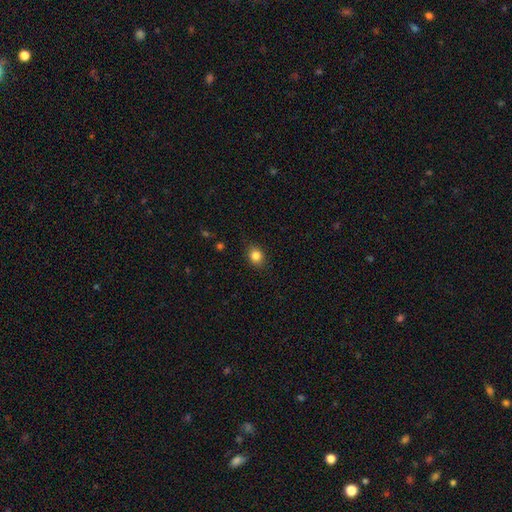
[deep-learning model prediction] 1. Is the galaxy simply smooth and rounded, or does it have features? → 83% smooth, 11% star or artifact, 6% featured or disk.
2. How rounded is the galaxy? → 58% round, 41% in between, 1% cigar-shaped.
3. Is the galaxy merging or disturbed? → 86% none, 11% minor disturbance, 3% major disturbance, 1% merger.